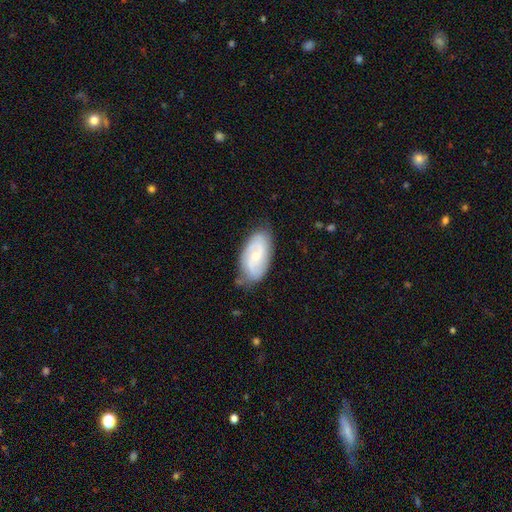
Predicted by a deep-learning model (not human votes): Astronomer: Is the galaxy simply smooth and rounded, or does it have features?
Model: featured or disk — 73%.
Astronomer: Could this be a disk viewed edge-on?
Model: no — 95%.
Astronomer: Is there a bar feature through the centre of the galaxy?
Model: no — 49% (runner-up: weak, 42%).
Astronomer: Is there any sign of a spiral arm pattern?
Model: yes — 93%.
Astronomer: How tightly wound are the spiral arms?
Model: medium — 44% (runner-up: tight, 34%).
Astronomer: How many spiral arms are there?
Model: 2 — 77%.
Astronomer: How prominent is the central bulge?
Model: small — 62%.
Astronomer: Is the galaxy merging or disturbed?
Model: none — 76%.